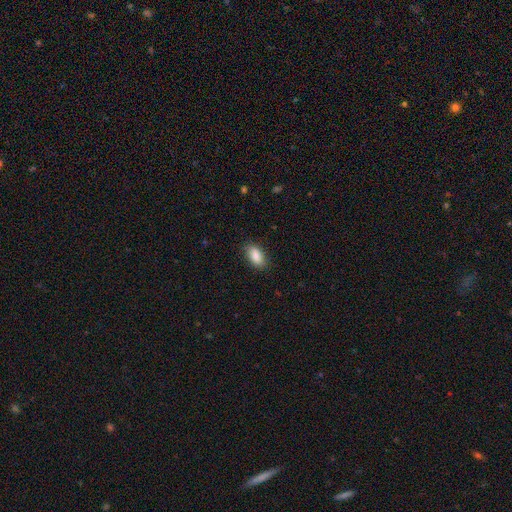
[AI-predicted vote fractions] Q: Smooth or featured?
A: smooth (88%); runner-up: star or artifact (7%)
Q: How rounded?
A: in between (91%); runner-up: cigar-shaped (5%)
Q: Merging?
A: none (86%); runner-up: minor disturbance (10%)